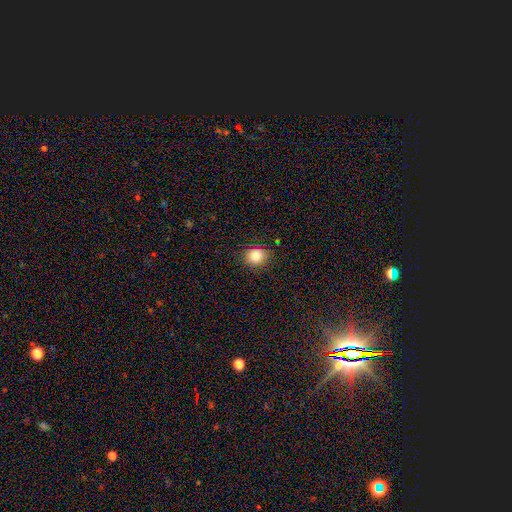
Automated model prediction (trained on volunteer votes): This appears to be a smooth galaxy with no disk features (82%) that is round (81%). Merging: none (88%).